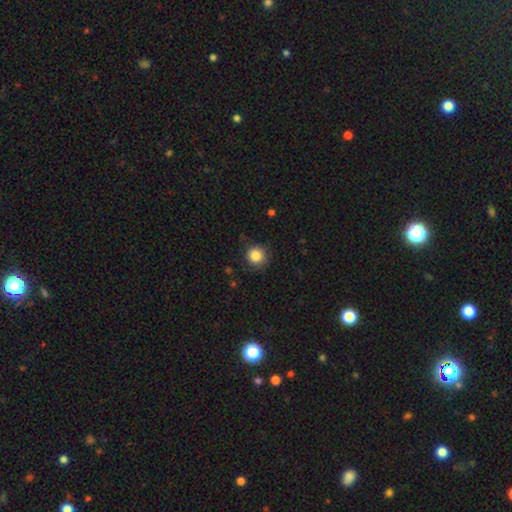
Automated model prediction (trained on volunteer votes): Smooth or featured? Predicted: smooth (p=0.85). How rounded? Predicted: round (p=0.92). Merging? Predicted: none (p=0.82).